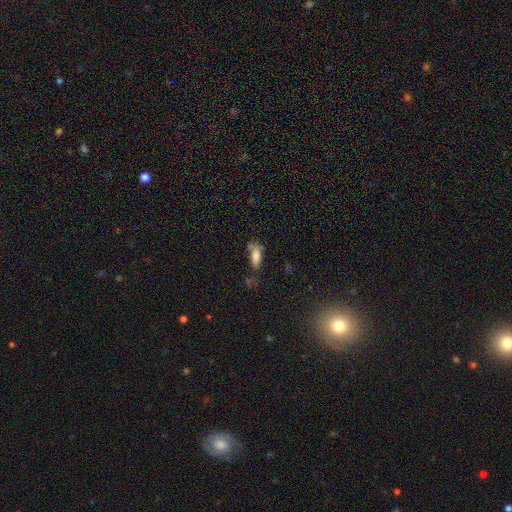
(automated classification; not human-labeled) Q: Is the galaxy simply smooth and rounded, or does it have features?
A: smooth — 77%.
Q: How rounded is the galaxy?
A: in between — 72%.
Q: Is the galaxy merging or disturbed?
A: none — 43%.